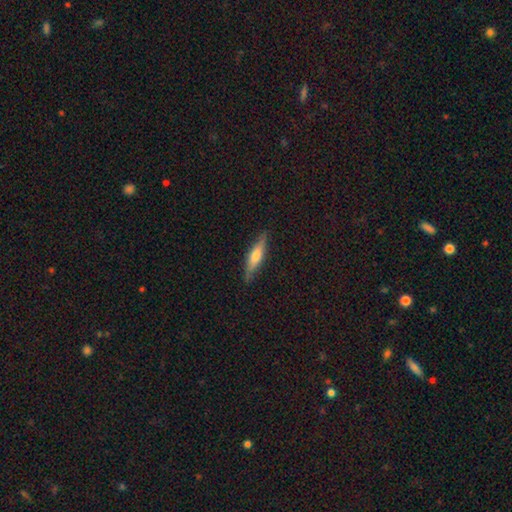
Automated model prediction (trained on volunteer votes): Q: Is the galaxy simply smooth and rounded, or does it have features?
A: featured or disk — 47%, tied with smooth.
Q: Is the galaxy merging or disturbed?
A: none — 86%.